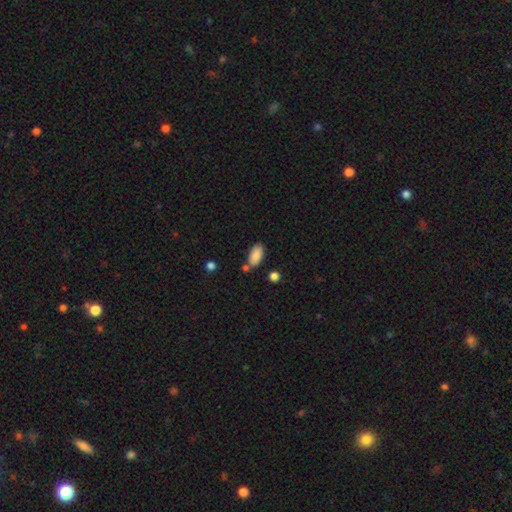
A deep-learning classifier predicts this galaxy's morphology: A smooth galaxy with no disk features (87%) that is in between round and cigar-shaped (92%). Merging: none (69%).